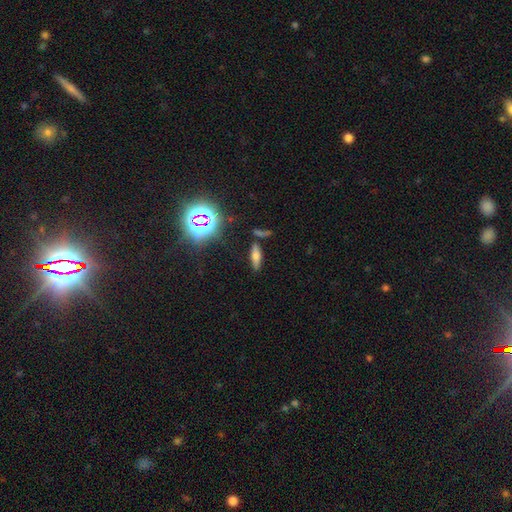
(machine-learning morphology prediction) smooth-or-featured: smooth: 57% | featured or disk: 24% | star or artifact: 19%
  how-rounded: in between: 48% | cigar-shaped: 47% | round: 5%
  merging: none: 80% | minor disturbance: 11% | merger: 6% | major disturbance: 4%